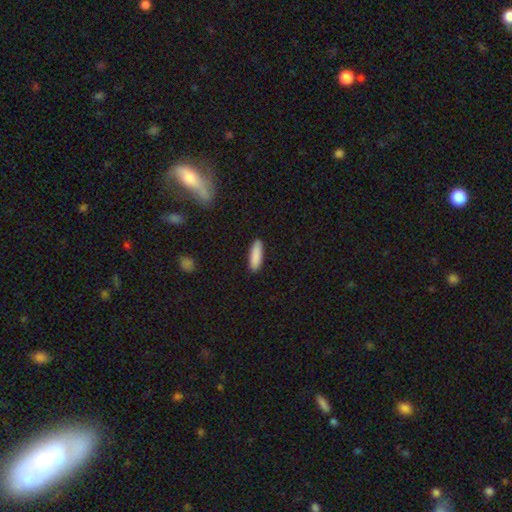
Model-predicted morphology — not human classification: Smooth or featured: smooth — 89% (star or artifact — 6%)
How rounded: cigar-shaped — 51% (in between — 47%)
Merging: none — 90% (minor disturbance — 7%)